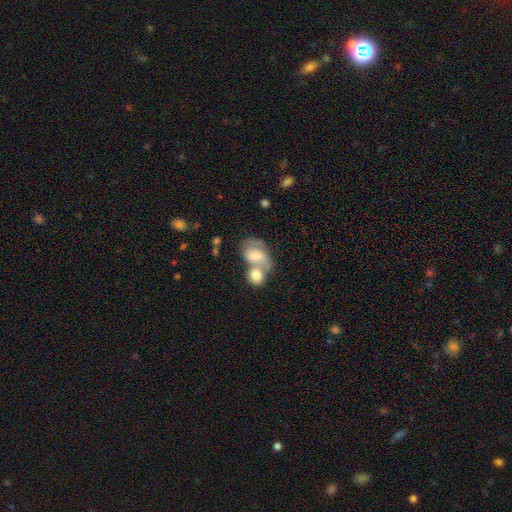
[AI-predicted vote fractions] smooth-or-featured: smooth: 49% | featured or disk: 44% | star or artifact: 7%
  merging: merger: 64% | none: 21% | minor disturbance: 9% | major disturbance: 6%